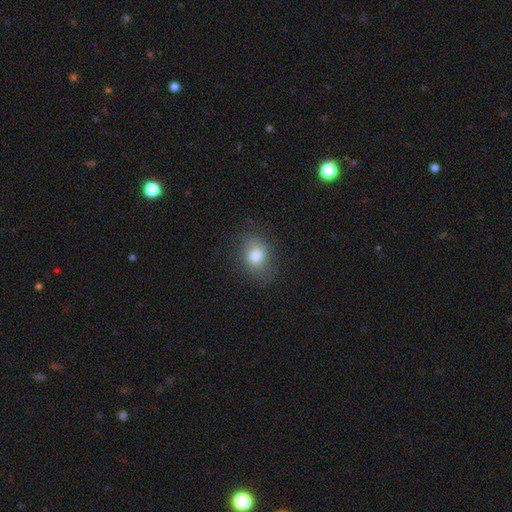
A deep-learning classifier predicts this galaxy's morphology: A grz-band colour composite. It shows a smooth galaxy with no disk features (77%) that is in between round and cigar-shaped (57%). Merging: none (75%).